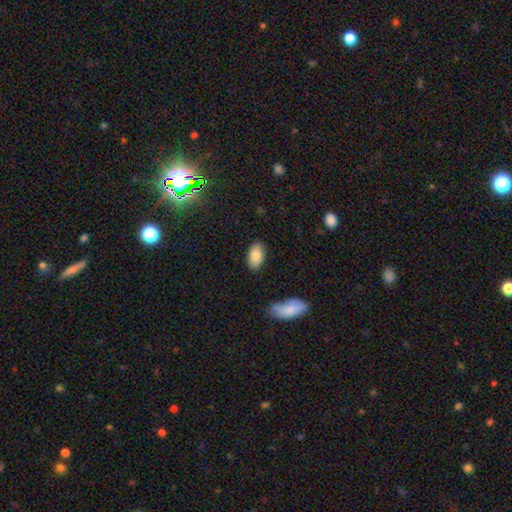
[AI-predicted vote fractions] Q: Smooth or featured?
A: smooth (84%); runner-up: featured or disk (9%)
Q: How rounded?
A: in between (94%); runner-up: round (4%)
Q: Merging?
A: none (86%); runner-up: minor disturbance (10%)